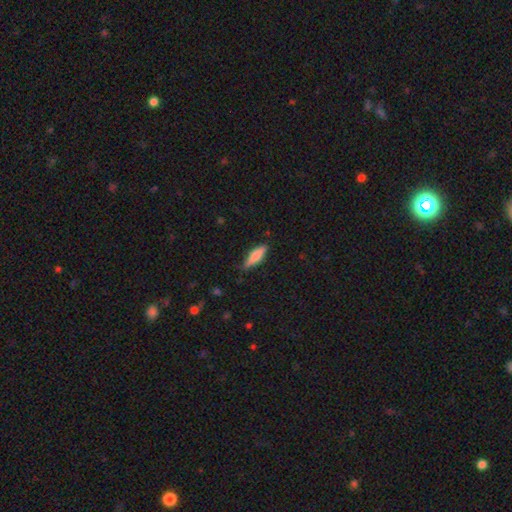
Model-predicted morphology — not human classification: This appears to be a smooth galaxy with no disk features (72%) that is cigar-shaped (59%). Merging: none (78%).